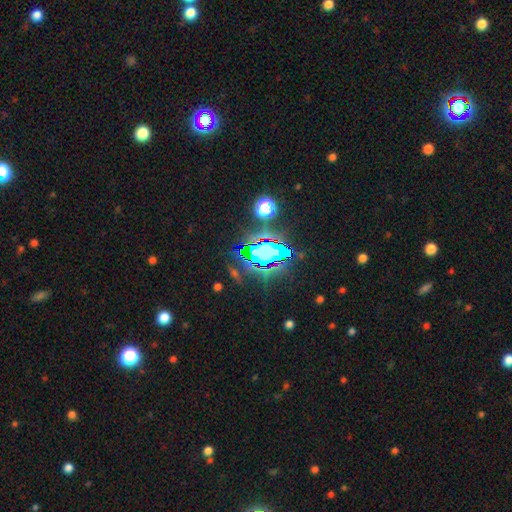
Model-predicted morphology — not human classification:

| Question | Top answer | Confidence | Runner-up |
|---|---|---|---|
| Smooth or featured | star or artifact | 74% | smooth (14%) |